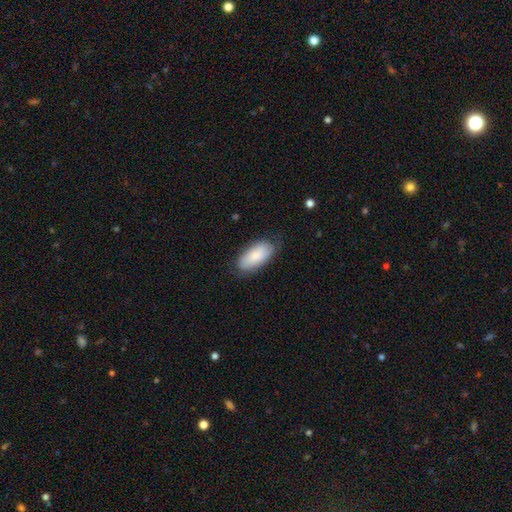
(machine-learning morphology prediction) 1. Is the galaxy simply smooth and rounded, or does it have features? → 80% smooth, 14% featured or disk, 6% star or artifact.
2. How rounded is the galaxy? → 93% in between, 5% cigar-shaped, 2% round.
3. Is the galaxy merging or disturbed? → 72% none, 22% minor disturbance, 5% major disturbance, 1% merger.